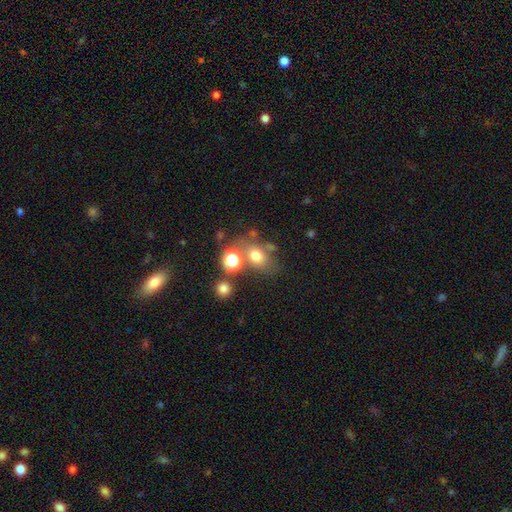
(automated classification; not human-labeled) This appears to be a smooth galaxy with no disk features (70%) that is in between round and cigar-shaped (58%). Merging: none (56%).